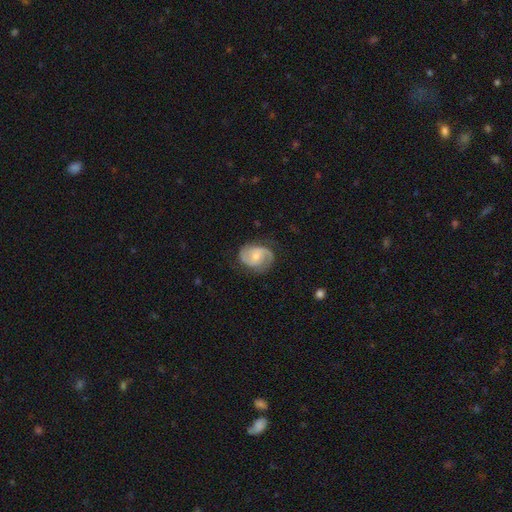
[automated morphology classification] A featured or disk galaxy (78%) with no bar (48%), 2 (87%) medium (50%) spiral arms (95%) and a small central bulge (47%).

Vote fractions:
- Smooth or featured? featured or disk: 78% / smooth: 16% / star or artifact: 5%
- Edge-on disk? no: 98% / yes: 2%
- Bar? no: 48% / weak: 43% / strong: 9%
- Spiral arms? yes: 95% / no: 5%
- Spiral winding? medium: 50% / tight: 27% / loose: 22%
- Spiral arm count? 2: 87% / can't tell: 5% / 1: 4% / 3: 2% / 4: 1% / more than 4: 1%
- Bulge size? small: 47% / moderate: 46% / none: 4% / large: 3% / dominant: 1%
- Merging? none: 74% / minor disturbance: 18% / major disturbance: 7% / merger: 1%